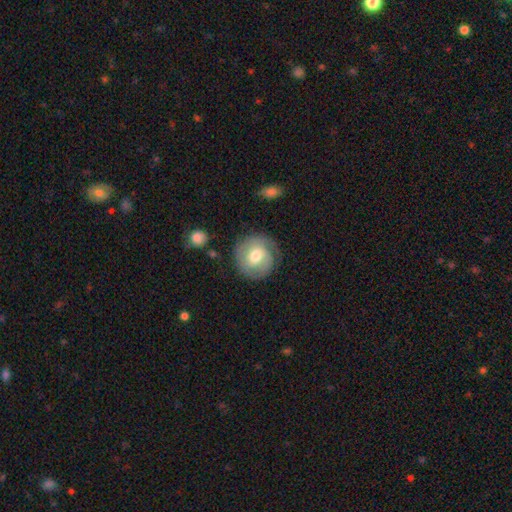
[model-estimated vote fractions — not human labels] Smooth or featured: featured or disk — 55% (smooth — 39%)
Edge-on disk: no — 97% (yes — 3%)
Bar: no — 59% (weak — 34%)
Spiral arms: yes — 81% (no — 19%)
Bulge size: moderate — 71% (small — 14%)
Merging: none — 74% (minor disturbance — 17%)